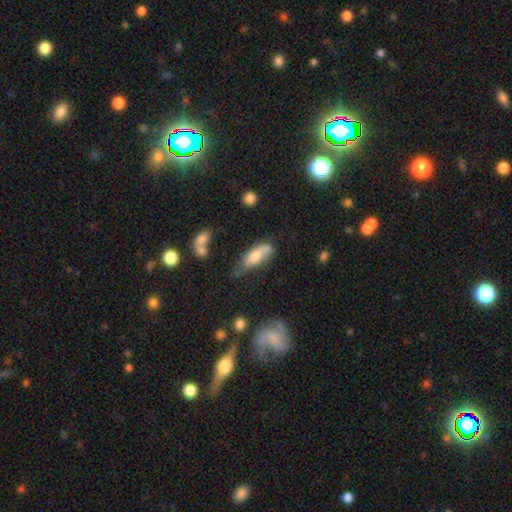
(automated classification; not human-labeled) Q: Smooth or featured?
A: smooth (61%); runner-up: featured or disk (31%)
Q: How rounded?
A: in between (74%); runner-up: cigar-shaped (23%)
Q: Merging?
A: none (37%); runner-up: minor disturbance (31%)